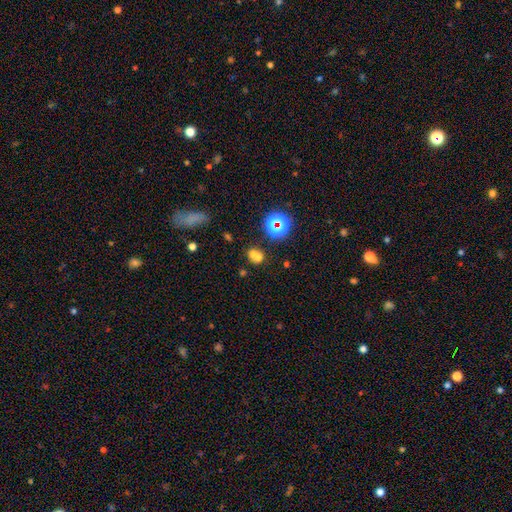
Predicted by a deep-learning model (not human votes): Smooth or featured? Predicted: smooth (p=0.60). How rounded? Predicted: round (p=0.73). Merging? Predicted: merger (p=0.52).